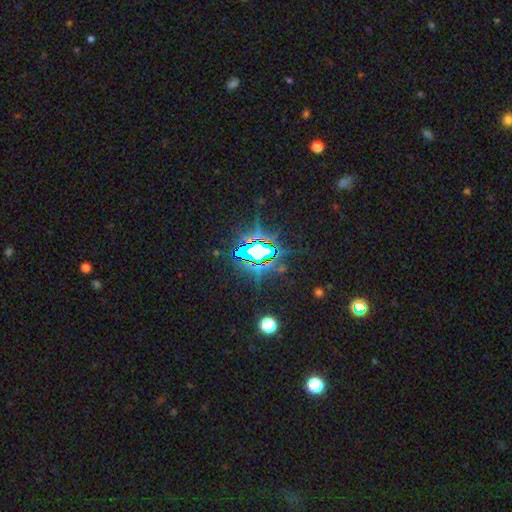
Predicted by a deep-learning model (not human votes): A star or artifact, not a galaxy (78%).